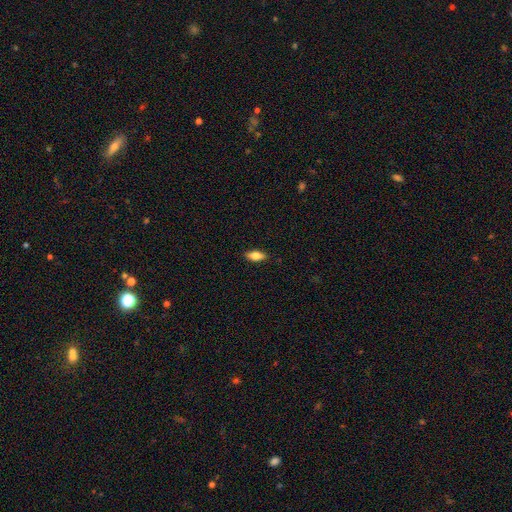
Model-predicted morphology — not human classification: This appears to be a smooth galaxy with no disk features (72%) that is in between round and cigar-shaped (78%). Merging: none (88%).